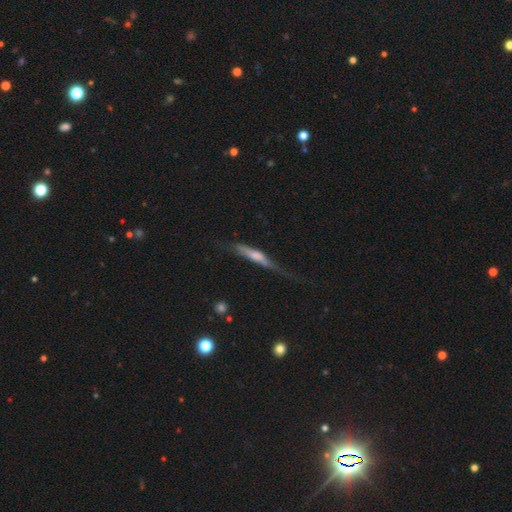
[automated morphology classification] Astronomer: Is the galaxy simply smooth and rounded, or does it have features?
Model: featured or disk — 52% (runner-up: smooth, 42%).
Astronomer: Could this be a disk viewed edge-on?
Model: yes — 88%.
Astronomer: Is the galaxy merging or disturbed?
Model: none — 45% (runner-up: minor disturbance, 29%).